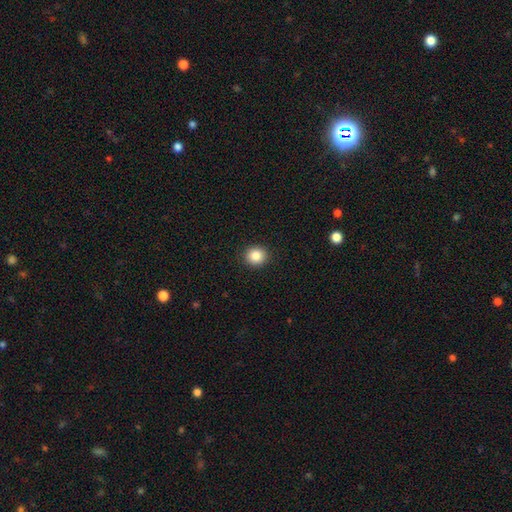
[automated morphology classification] This is clearly a smooth galaxy (86%). How rounded: clearly round (86%). Merging: clearly none (92%).